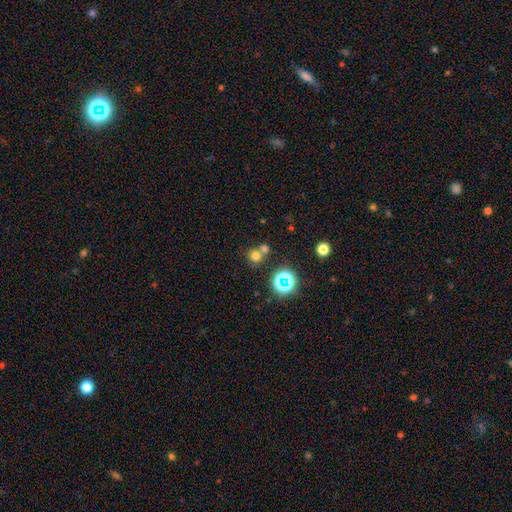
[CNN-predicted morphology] A smooth galaxy with no disk features (67%) that is round (87%).

Vote fractions:
- Smooth or featured? smooth: 67% / star or artifact: 24% / featured or disk: 10%
- How rounded? round: 87% / in between: 12% / cigar-shaped: 1%
- Merging? none: 56% / merger: 34% / minor disturbance: 7% / major disturbance: 3%